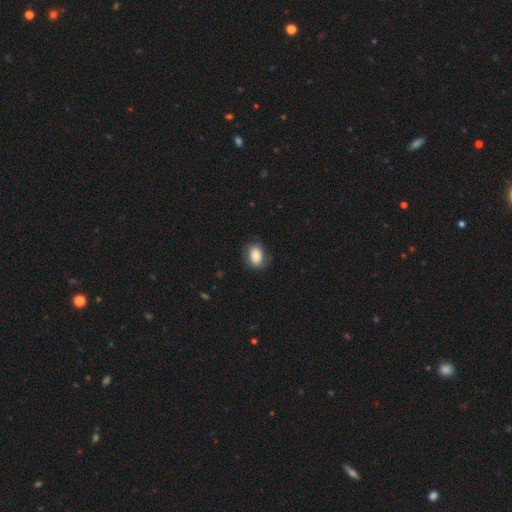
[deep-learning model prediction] Morphology: type=smooth (81%); roundness=in between (80%); merging=none (76%).